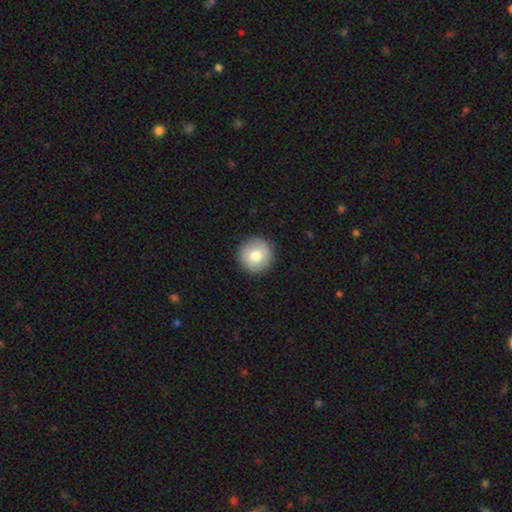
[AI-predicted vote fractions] This is likely a smooth galaxy (76%). How rounded: clearly round (95%). Merging: clearly none (91%).